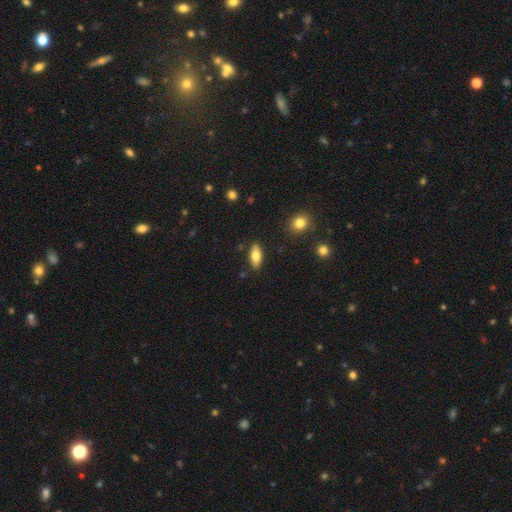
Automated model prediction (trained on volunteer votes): Overall: smooth (74%). How rounded: in between (80%). Merging: none (87%).